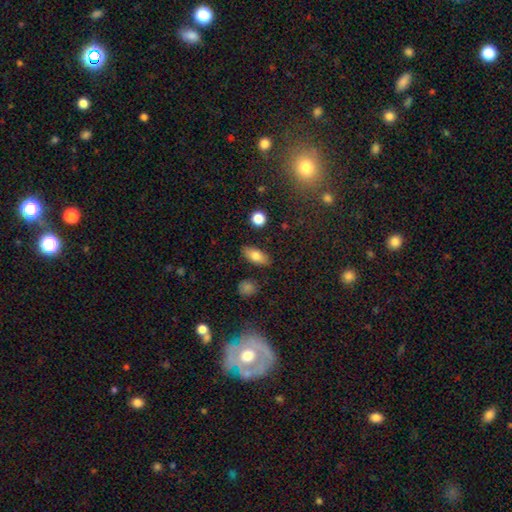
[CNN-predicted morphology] A smooth galaxy with no disk features (78%) that is in between round and cigar-shaped (84%). Merging: none (86%).